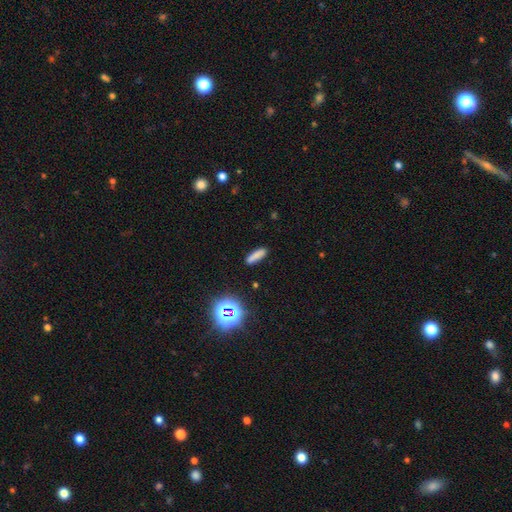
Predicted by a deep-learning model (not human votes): Overall: smooth (78%). How rounded: cigar-shaped (70%). Merging: none (86%).